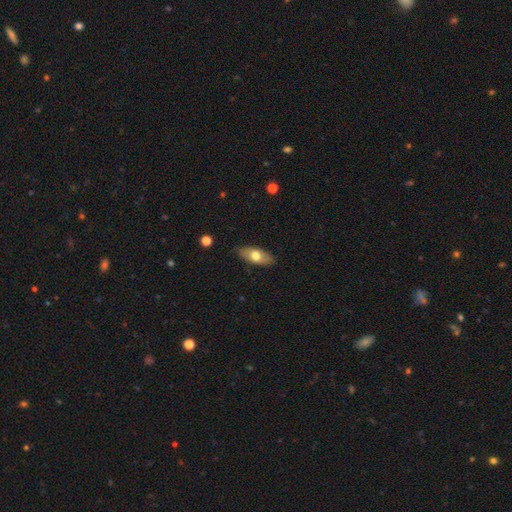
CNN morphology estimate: A smooth galaxy with no disk features (65%) that is in between round and cigar-shaped (84%). Merging: none (85%).